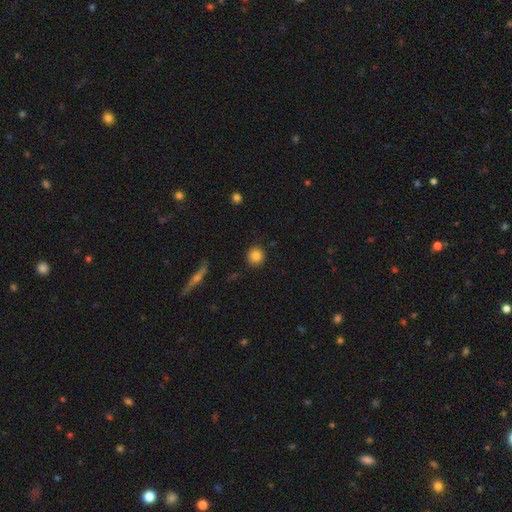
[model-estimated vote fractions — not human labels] Smooth or featured: smooth — 85% (star or artifact — 10%)
How rounded: round — 92% (in between — 7%)
Merging: none — 90% (minor disturbance — 7%)